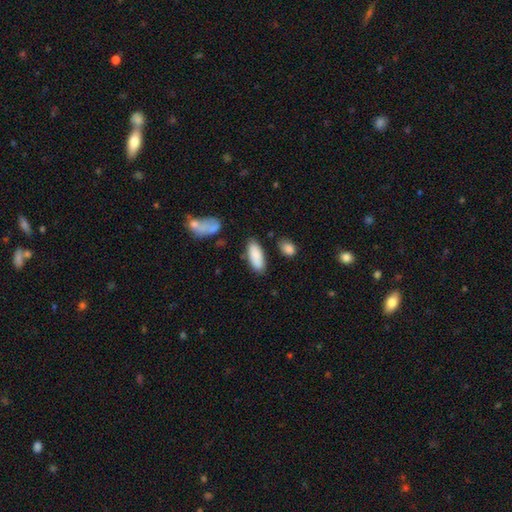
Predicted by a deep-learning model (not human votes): Overall: smooth (86%). How rounded: in between (78%). Merging: none (80%).